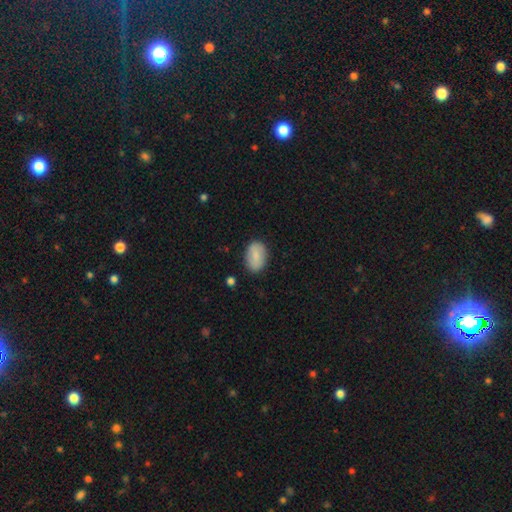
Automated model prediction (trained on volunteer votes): Smooth or featured?
  - smooth: 82% *
  - featured or disk: 12%
  - star or artifact: 6%
How rounded?
  - in between: 89% *
  - round: 9%
  - cigar-shaped: 1%
Merging?
  - none: 84% *
  - minor disturbance: 12%
  - major disturbance: 3%
  - merger: 2%